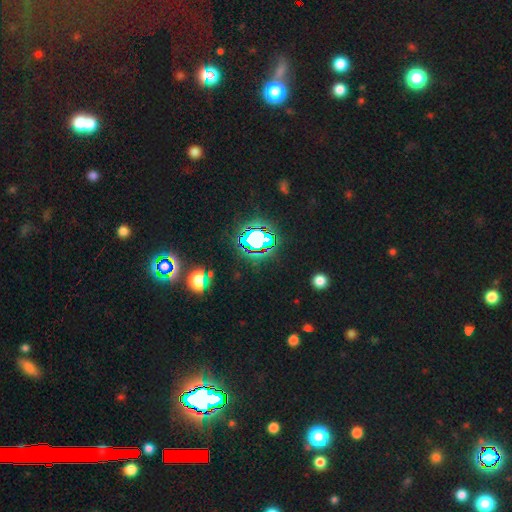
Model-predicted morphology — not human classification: Smooth or featured: star or artifact — 80% (smooth — 13%)